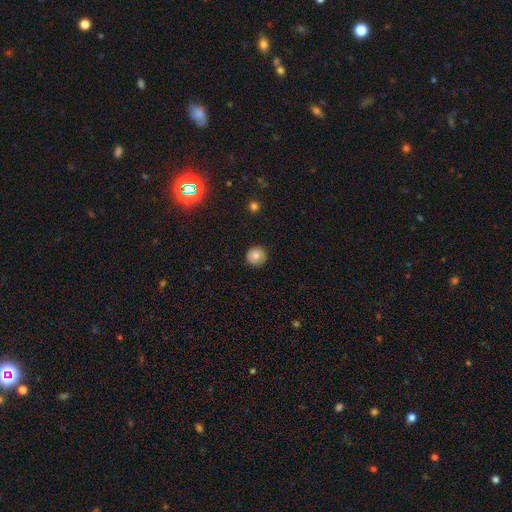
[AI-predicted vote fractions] Smooth or featured? smooth (76%)
How rounded? round (94%)
Merging? none (89%)